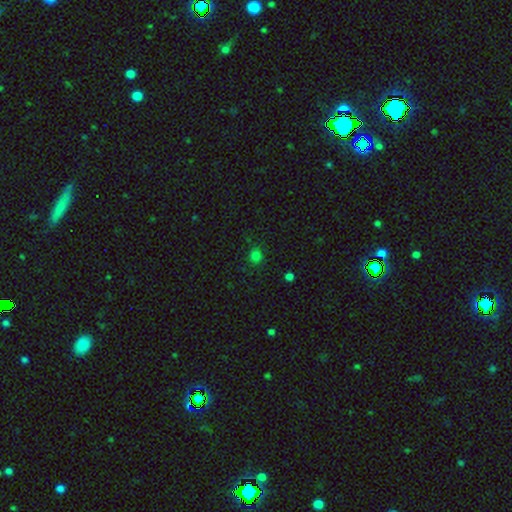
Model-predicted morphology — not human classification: A smooth galaxy with no disk features (78%) that is round (85%). Merging: none (85%).